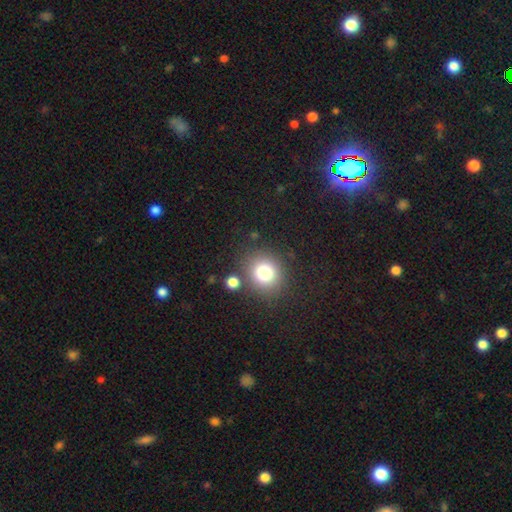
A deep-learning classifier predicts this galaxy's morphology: This appears to be a smooth galaxy with no disk features (61%) that is round (86%). Merging: none (87%).